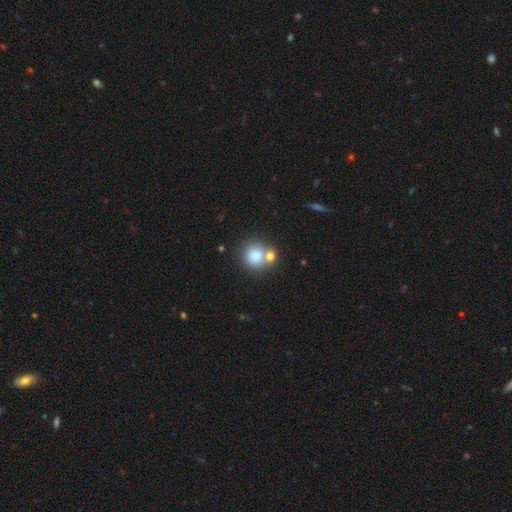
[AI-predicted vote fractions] Overall: smooth (76%). How rounded: round (88%). Merging: none (48%; merger 42%).